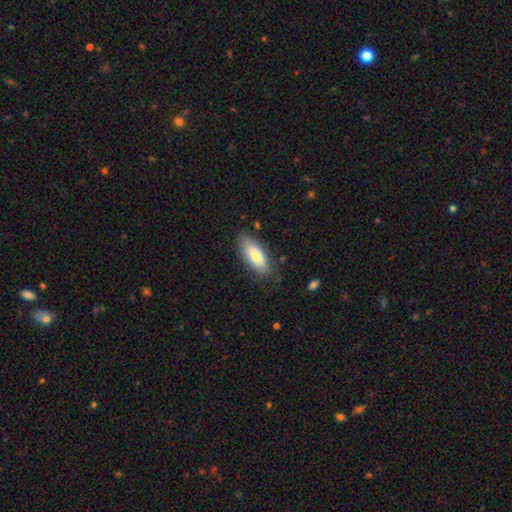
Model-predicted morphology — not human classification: smooth-or-featured: smooth: 75% | featured or disk: 18% | star or artifact: 7%
  how-rounded: in between: 82% | cigar-shaped: 16% | round: 2%
  merging: none: 75% | minor disturbance: 18% | major disturbance: 5% | merger: 2%